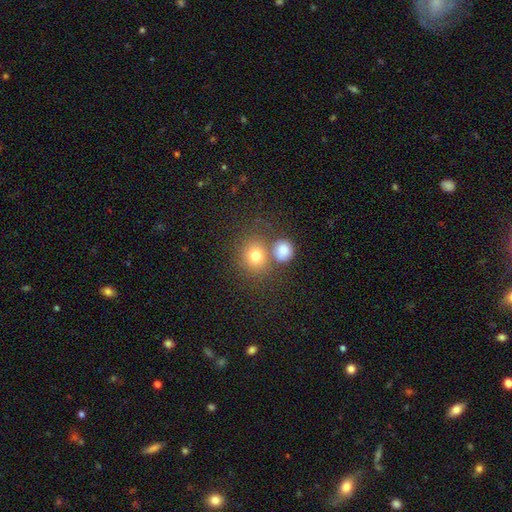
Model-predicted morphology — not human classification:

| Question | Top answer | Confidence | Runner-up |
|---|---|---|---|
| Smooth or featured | smooth | 76% | star or artifact (14%) |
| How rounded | round | 76% | in between (23%) |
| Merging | none | 57% | merger (28%) |